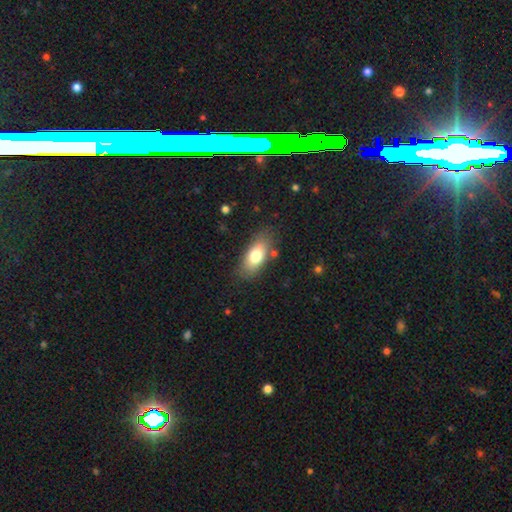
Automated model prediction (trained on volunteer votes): Smooth or featured? Predicted: smooth (p=0.74). How rounded? Predicted: in between (p=0.85). Merging? Predicted: none (p=0.80).